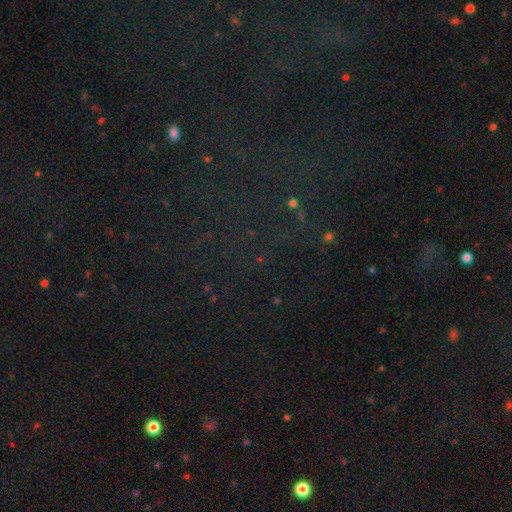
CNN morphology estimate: smooth_or_featured: star or artifact (p=0.77) [alt: smooth p=0.13]